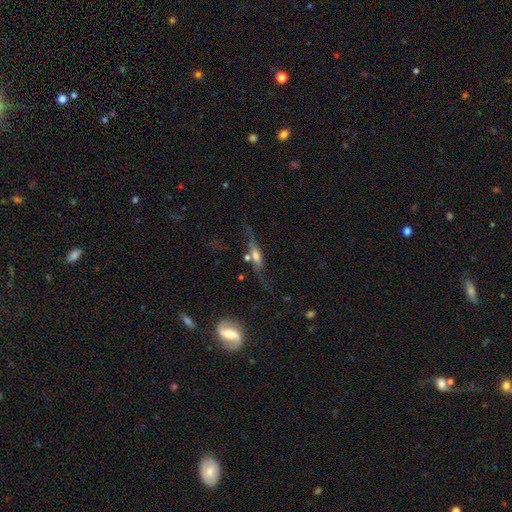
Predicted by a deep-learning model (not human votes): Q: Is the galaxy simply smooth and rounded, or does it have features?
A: featured or disk — 64%.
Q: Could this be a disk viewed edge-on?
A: yes — 71%.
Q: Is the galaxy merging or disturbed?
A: none — 55%.